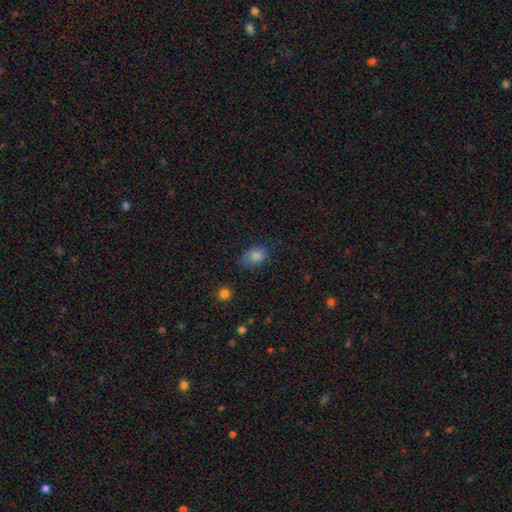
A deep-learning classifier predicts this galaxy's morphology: Smooth or featured? smooth (82%)
How rounded? in between (76%)
Merging? none (70%)